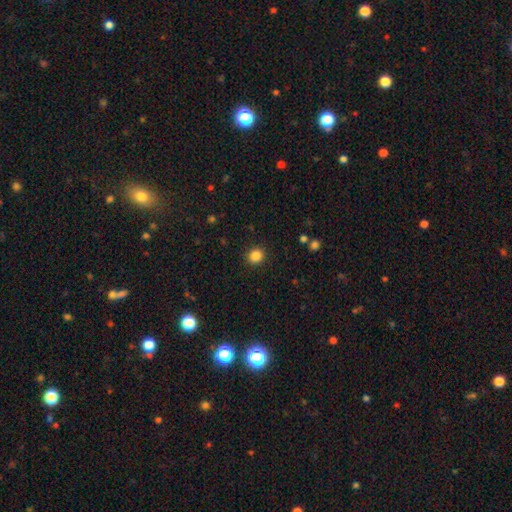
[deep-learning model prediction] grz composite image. It shows a smooth galaxy with no disk features (85%) that is round (85%). Merging: none (91%).